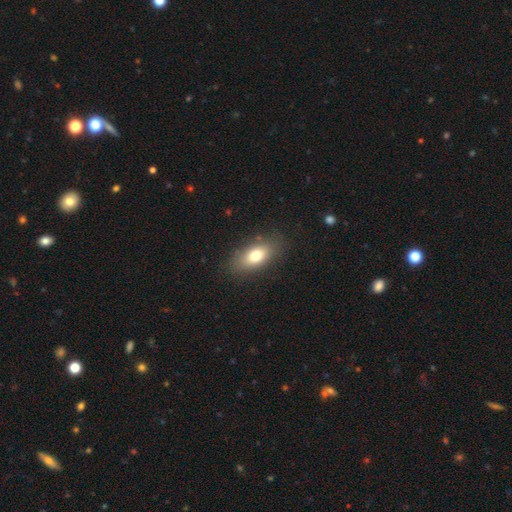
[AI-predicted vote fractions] This is likely a smooth galaxy (74%). How rounded: clearly in between (84%). Merging: clearly none (84%).